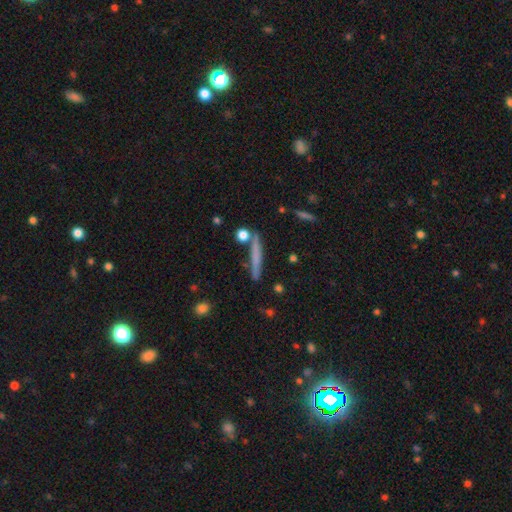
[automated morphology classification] type=smooth (56%); roundness=cigar-shaped (93%); merging=none (80%).